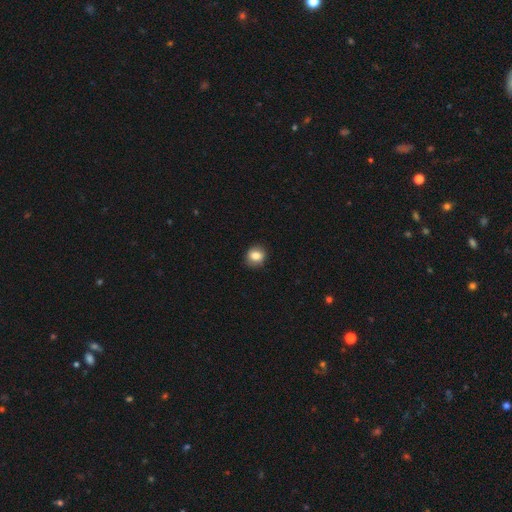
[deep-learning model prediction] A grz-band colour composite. It shows a smooth galaxy with no disk features (82%) that is round (76%). Merging: none (87%).